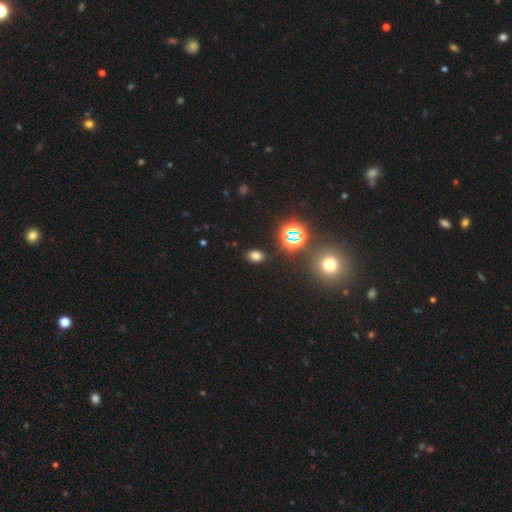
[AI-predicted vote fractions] Smooth or featured? Predicted: smooth (p=0.68). How rounded? Predicted: in between (p=0.79). Merging? Predicted: none (p=0.87).